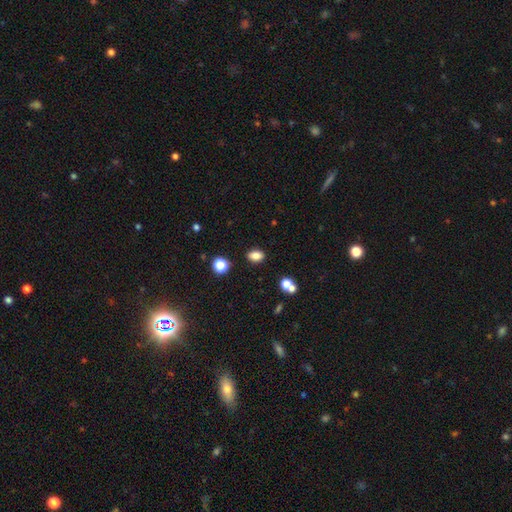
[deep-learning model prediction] smooth-or-featured: smooth: 82% | star or artifact: 11% | featured or disk: 7%
  how-rounded: in between: 81% | round: 17% | cigar-shaped: 2%
  merging: none: 86% | minor disturbance: 9% | merger: 3% | major disturbance: 2%